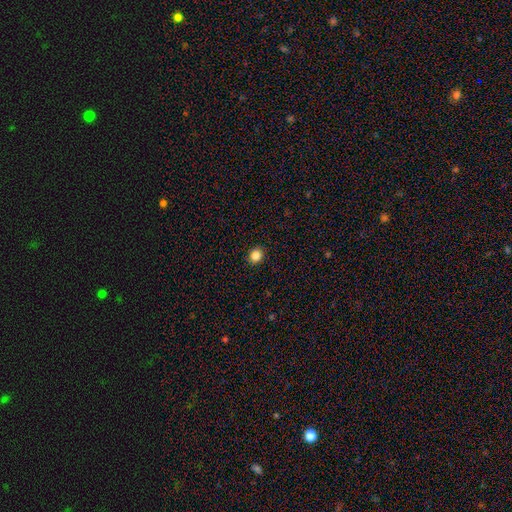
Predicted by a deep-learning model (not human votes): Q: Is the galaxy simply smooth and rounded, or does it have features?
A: smooth — 85%.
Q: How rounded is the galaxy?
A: round — 72%.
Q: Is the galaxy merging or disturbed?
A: none — 92%.